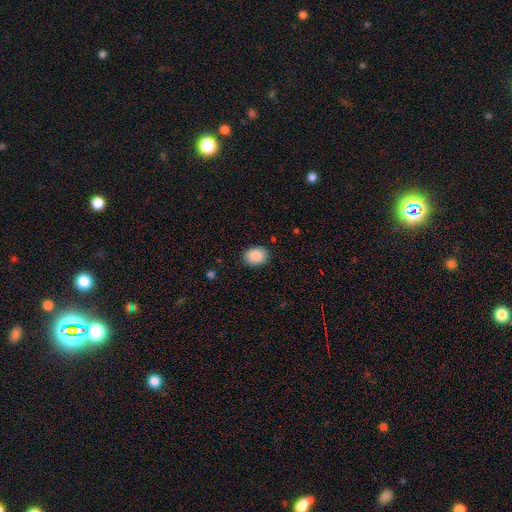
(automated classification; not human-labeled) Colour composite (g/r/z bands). It shows a smooth galaxy with no disk features (90%) that is in between round and cigar-shaped (64%). Merging: none (87%).